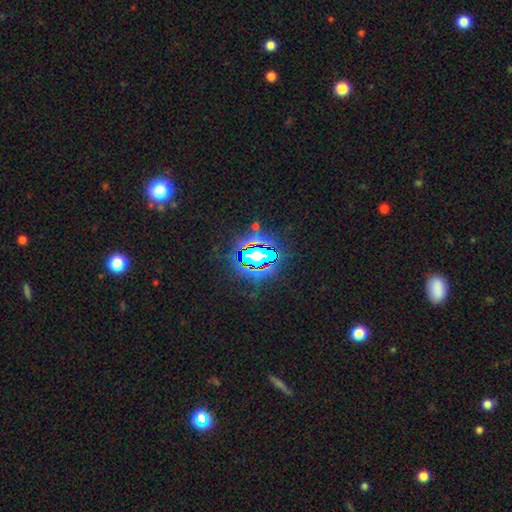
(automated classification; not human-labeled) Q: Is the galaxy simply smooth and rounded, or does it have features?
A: star or artifact — 82%.